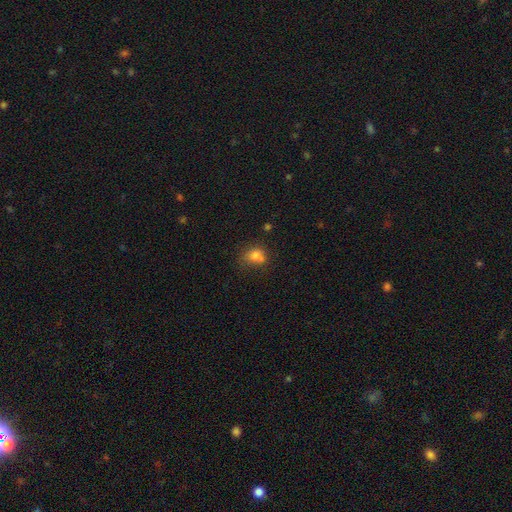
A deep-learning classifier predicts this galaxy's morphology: Smooth or featured?
  - smooth: 76% *
  - star or artifact: 13%
  - featured or disk: 12%
How rounded?
  - round: 54% *
  - in between: 45%
  - cigar-shaped: 1%
Merging?
  - none: 42% *
  - merger: 25%
  - minor disturbance: 23%
  - major disturbance: 10%